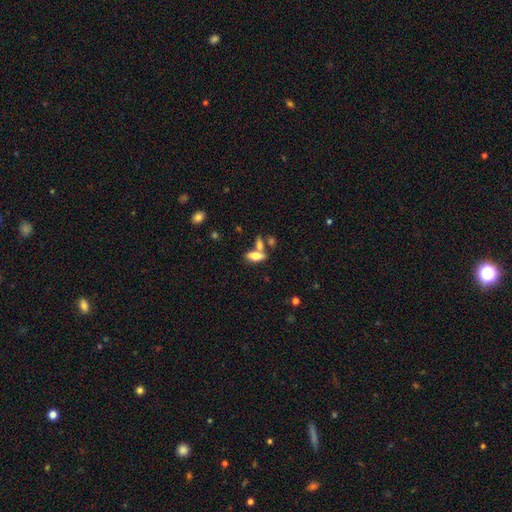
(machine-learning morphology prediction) A smooth galaxy with no disk features (68%) that is in between round and cigar-shaped (73%).

Vote fractions:
- Smooth or featured? smooth: 68% / featured or disk: 24% / star or artifact: 8%
- How rounded? in between: 73% / cigar-shaped: 23% / round: 4%
- Merging? none: 53% / merger: 31% / minor disturbance: 11% / major disturbance: 5%